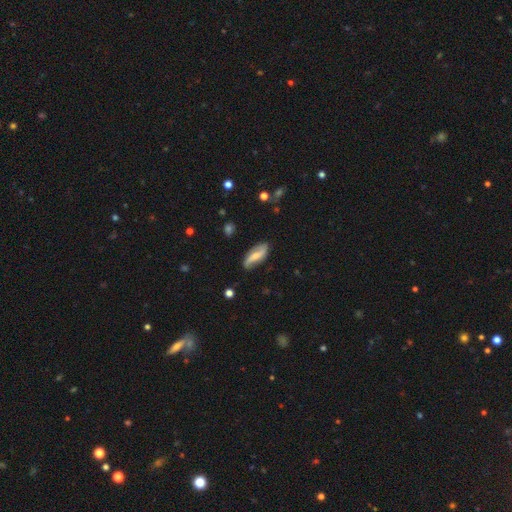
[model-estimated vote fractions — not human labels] This is likely a featured or disk galaxy (68%). It is clearly not viewed edge-on (89%). Bar: marginally weak (35%, tied with no). Spiral arm pattern: clearly yes (90%). Spiral arm count: clearly 2 (90%). Spiral winding: likely loose (67%). Central bulge: possibly small (52%). Merging: likely none (80%).